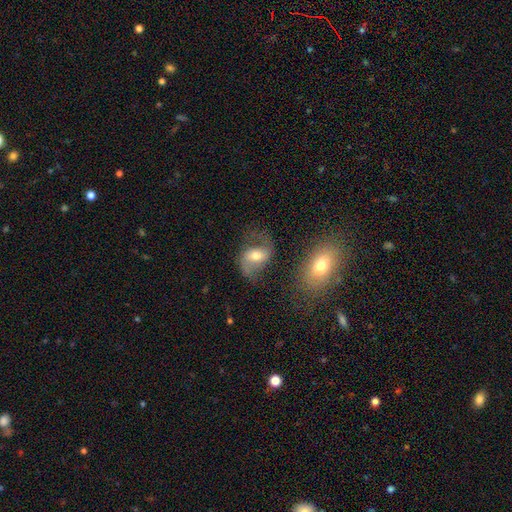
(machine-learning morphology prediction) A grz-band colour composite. It shows a featured or disk galaxy (70%) with a weak bar (42%), 2 (88%) loose (61%) spiral arms (87%) and a moderate central bulge (64%). Merging: none (59%).